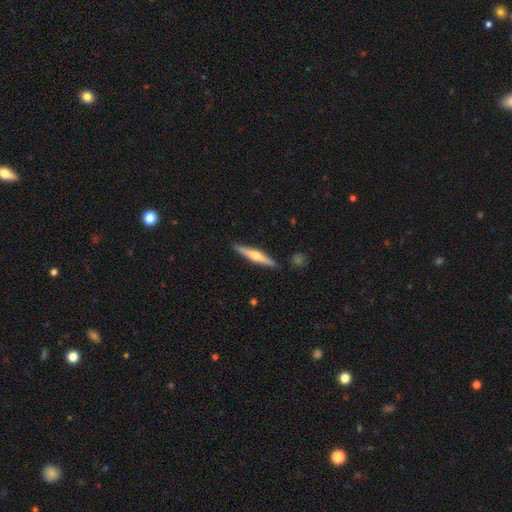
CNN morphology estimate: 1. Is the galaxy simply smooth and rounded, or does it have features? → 57% featured or disk, 37% smooth, 5% star or artifact.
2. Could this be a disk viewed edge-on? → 96% yes, 4% no.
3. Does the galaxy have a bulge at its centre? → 89% rounded, 6% none, 5% boxy.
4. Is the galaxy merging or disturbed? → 89% none, 8% minor disturbance, 2% merger, 2% major disturbance.